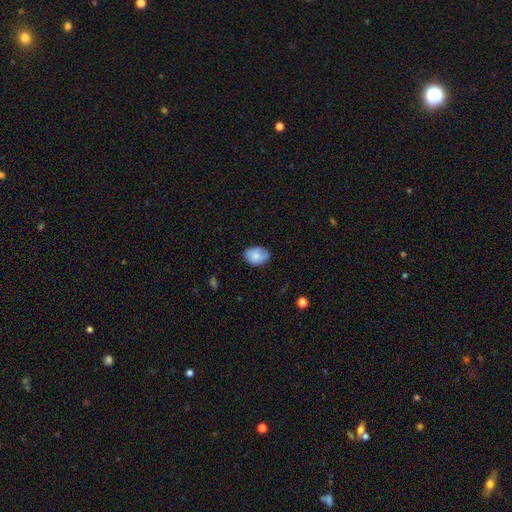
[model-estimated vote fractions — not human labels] Overall: smooth (81%). How rounded: in between (77%). Merging: none (73%).